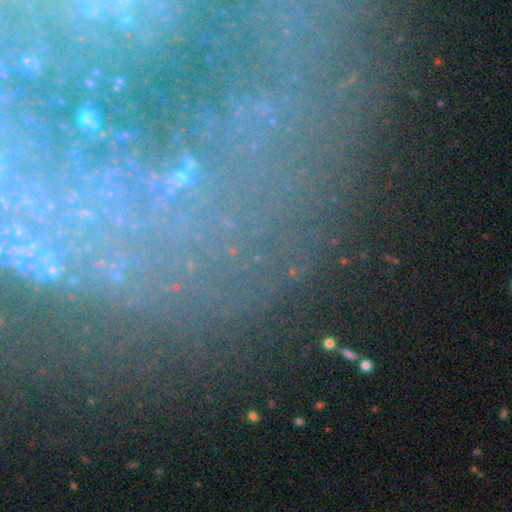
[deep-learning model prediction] This appears to be a star or artifact, not a galaxy (49%).